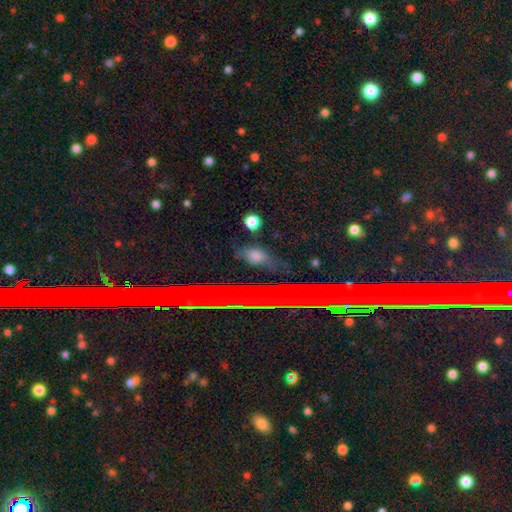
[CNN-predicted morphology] Q: Smooth or featured?
A: smooth (52%); runner-up: star or artifact (35%)
Q: How rounded?
A: round (51%); runner-up: in between (39%)
Q: Merging?
A: none (83%); runner-up: minor disturbance (10%)